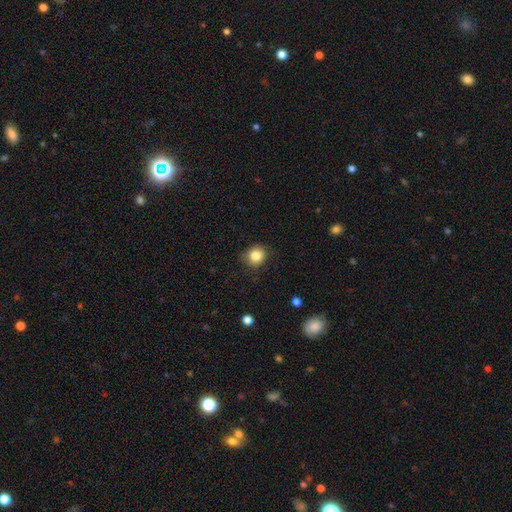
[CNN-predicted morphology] Q: Smooth or featured?
A: smooth (84%); runner-up: star or artifact (10%)
Q: How rounded?
A: round (83%); runner-up: in between (16%)
Q: Merging?
A: none (82%); runner-up: minor disturbance (14%)